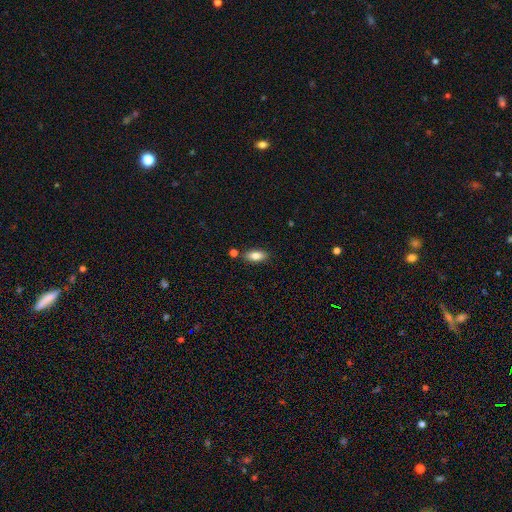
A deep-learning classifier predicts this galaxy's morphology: Smooth or featured: smooth — 82% (featured or disk — 10%)
How rounded: in between — 87% (cigar-shaped — 9%)
Merging: none — 82% (minor disturbance — 10%)